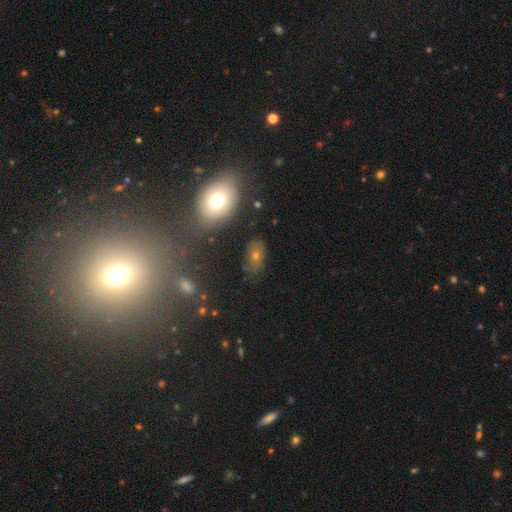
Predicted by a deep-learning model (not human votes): Q: Smooth or featured?
A: smooth (55%); runner-up: featured or disk (24%)
Q: How rounded?
A: in between (82%); runner-up: round (14%)
Q: Merging?
A: none (72%); runner-up: minor disturbance (16%)